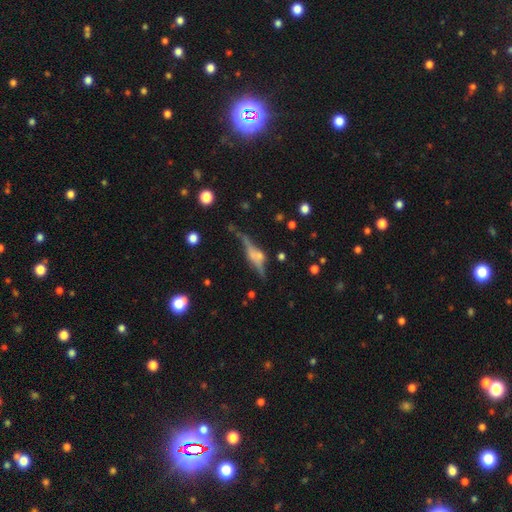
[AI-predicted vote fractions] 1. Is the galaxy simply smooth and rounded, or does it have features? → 66% featured or disk, 23% smooth, 11% star or artifact.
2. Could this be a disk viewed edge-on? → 91% yes, 9% no.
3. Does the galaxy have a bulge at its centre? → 72% rounded, 17% boxy, 12% none.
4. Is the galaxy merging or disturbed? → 68% none, 17% minor disturbance, 8% merger, 7% major disturbance.